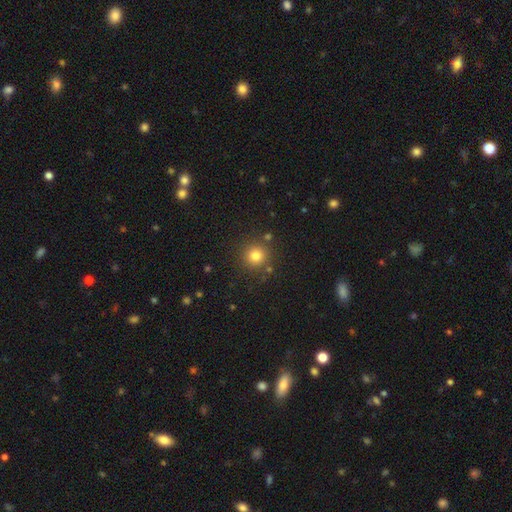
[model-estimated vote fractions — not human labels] smooth_or_featured: smooth (p=0.80) [alt: star or artifact p=0.14]
how_rounded: round (p=0.94) [alt: in between p=0.05]
merging: none (p=0.86) [alt: minor disturbance p=0.07]